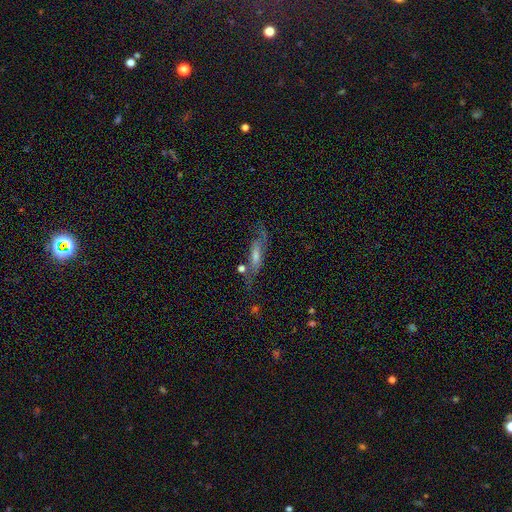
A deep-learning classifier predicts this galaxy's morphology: Smooth or featured? Predicted: featured or disk (p=0.57). Edge-on disk? Predicted: no (p=0.54). Merging? Predicted: none (p=0.59).